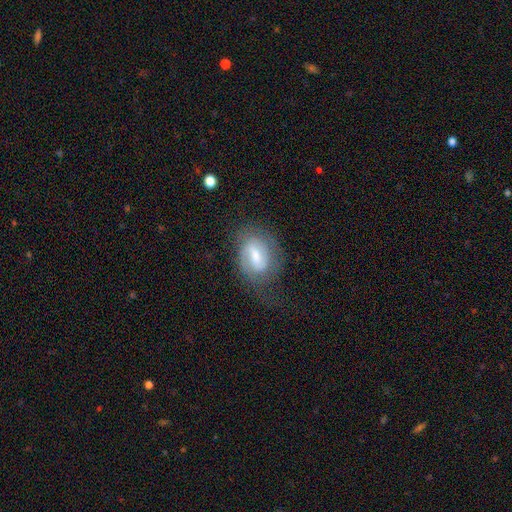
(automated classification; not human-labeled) This is likely a featured or disk galaxy (66%). It is clearly not viewed edge-on (96%). Bar: possibly weak (53%). Spiral arm pattern: clearly yes (85%). Spiral arm count: likely 2 (64%). Spiral winding: marginally medium (42%). Central bulge: marginally moderate (45%). Merging: possibly none (59%).